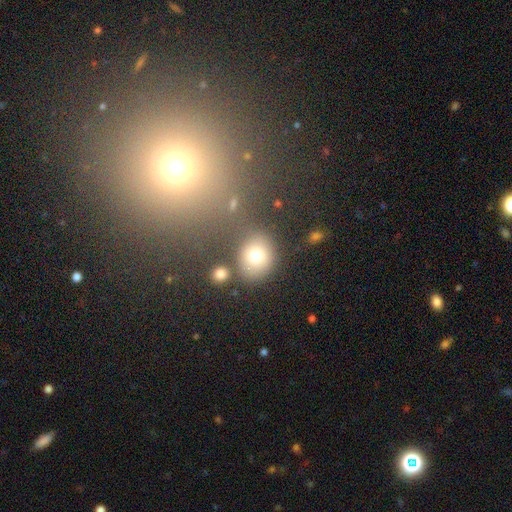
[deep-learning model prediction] Q: Smooth or featured?
A: smooth (76%); runner-up: star or artifact (13%)
Q: How rounded?
A: round (66%); runner-up: in between (33%)
Q: Merging?
A: none (70%); runner-up: minor disturbance (13%)